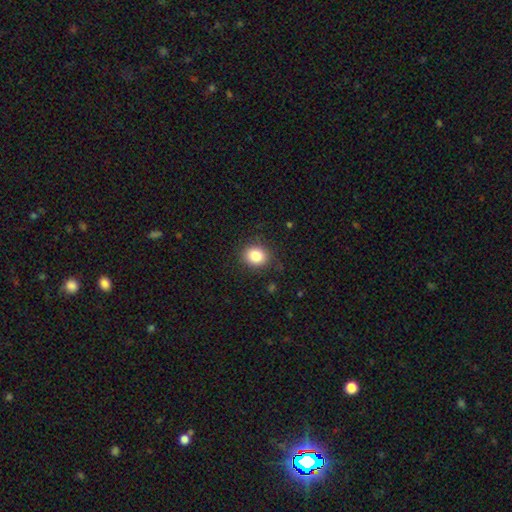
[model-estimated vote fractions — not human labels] smooth 84%, star or artifact 10%, featured or disk 6%. Down the decision tree: how rounded — round (72%); merging — none (85%).